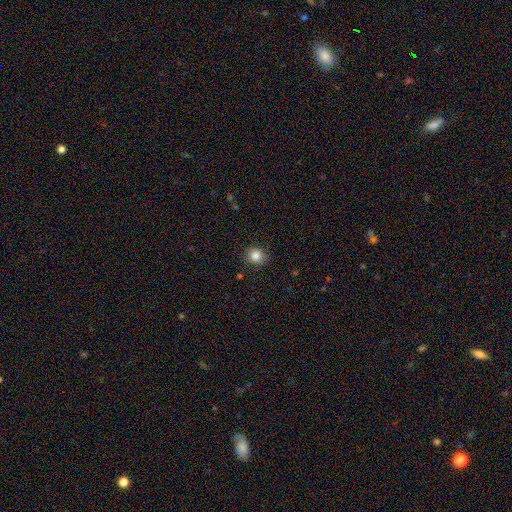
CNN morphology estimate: type=smooth (85%); roundness=round (84%); merging=none (86%).